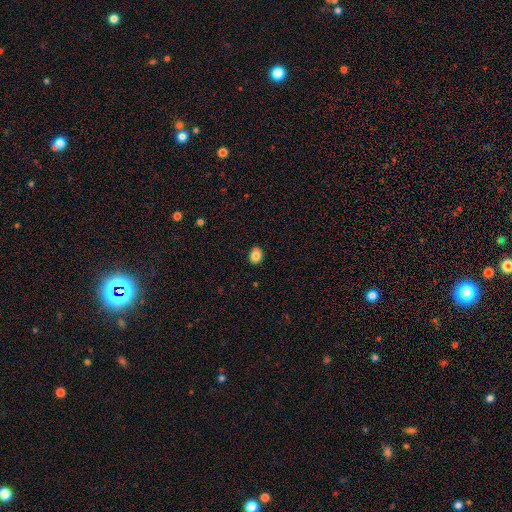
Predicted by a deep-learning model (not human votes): Q: Smooth or featured?
A: smooth (84%); runner-up: star or artifact (9%)
Q: How rounded?
A: round (56%); runner-up: in between (43%)
Q: Merging?
A: none (86%); runner-up: minor disturbance (11%)